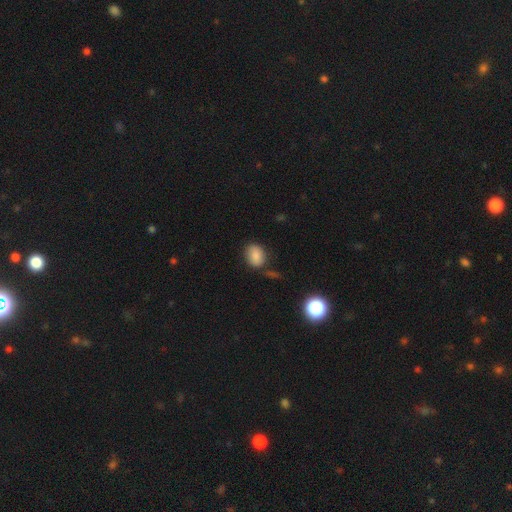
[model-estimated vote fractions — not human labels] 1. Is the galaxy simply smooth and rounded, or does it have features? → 83% smooth, 10% star or artifact, 7% featured or disk.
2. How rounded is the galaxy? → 62% in between, 37% round, 1% cigar-shaped.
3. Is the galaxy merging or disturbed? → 73% none, 17% minor disturbance, 5% merger, 5% major disturbance.